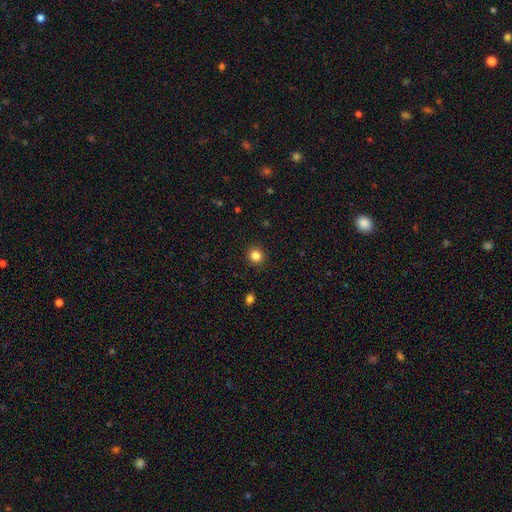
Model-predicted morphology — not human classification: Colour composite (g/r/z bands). It shows a smooth galaxy with no disk features (84%) that is round (93%). Merging: none (92%).